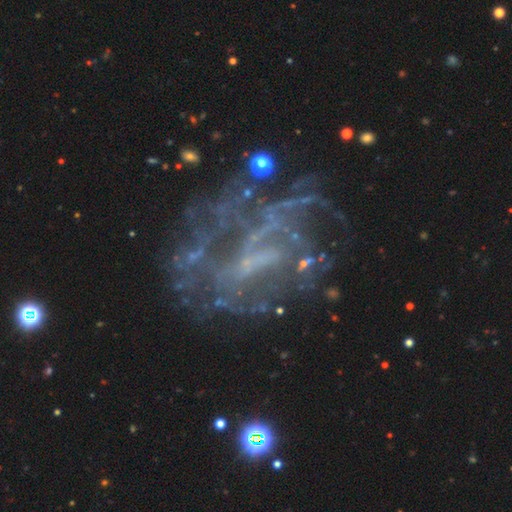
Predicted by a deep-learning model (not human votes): smooth-or-featured: featured or disk: 71% | star or artifact: 19% | smooth: 10%
  disk-edge-on: no: 97% | yes: 3%
    bar: no: 55% | weak: 31% | strong: 15%
    has-spiral-arms: yes: 50% (tied) | no: 50% (tied)
    bulge-size: none: 65% | small: 22% | moderate: 10% | large: 2% | dominant: 1%
  merging: none: 49% | major disturbance: 30% | minor disturbance: 17% | merger: 4%